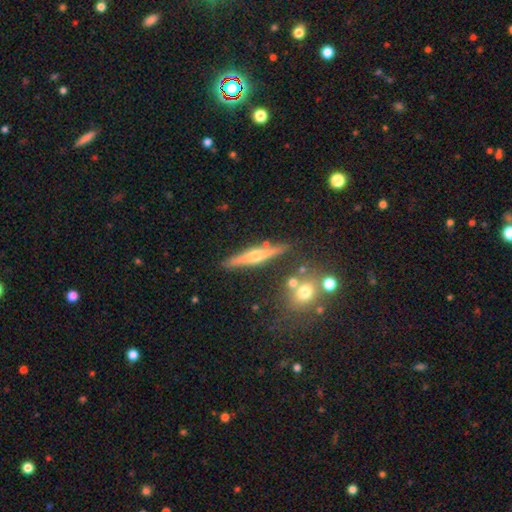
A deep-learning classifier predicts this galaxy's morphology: Q: Smooth or featured?
A: featured or disk (71%); runner-up: smooth (20%)
Q: Edge-on disk?
A: yes (96%); runner-up: no (4%)
Q: Edge-on bulge?
A: rounded (90%); runner-up: none (6%)
Q: Merging?
A: none (83%); runner-up: minor disturbance (9%)